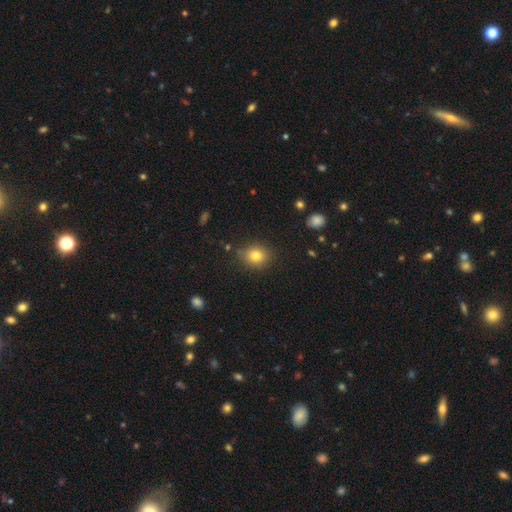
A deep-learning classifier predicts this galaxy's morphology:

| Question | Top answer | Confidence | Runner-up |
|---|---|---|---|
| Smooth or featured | smooth | 80% | star or artifact (12%) |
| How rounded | round | 71% | in between (28%) |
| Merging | none | 82% | minor disturbance (13%) |